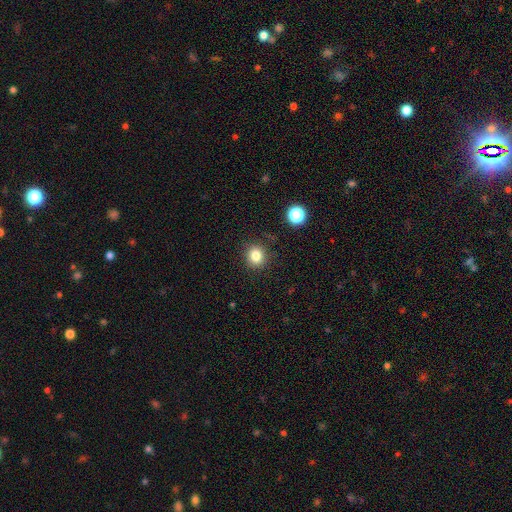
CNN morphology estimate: A smooth galaxy with no disk features (81%) that is round (83%). Merging: none (88%).